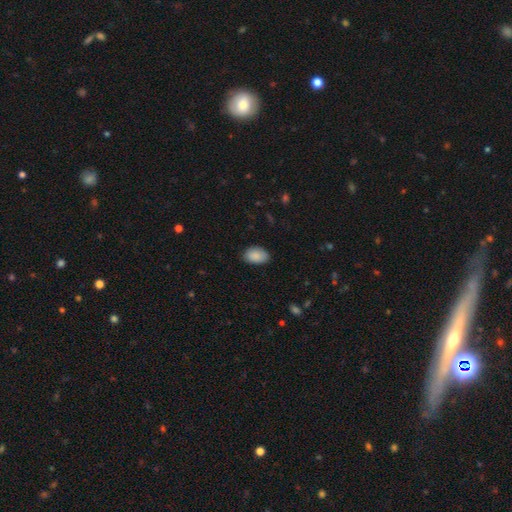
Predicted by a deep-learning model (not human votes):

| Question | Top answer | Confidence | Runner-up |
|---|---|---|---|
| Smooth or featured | smooth | 89% | star or artifact (7%) |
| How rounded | in between | 88% | round (11%) |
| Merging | none | 83% | minor disturbance (14%) |